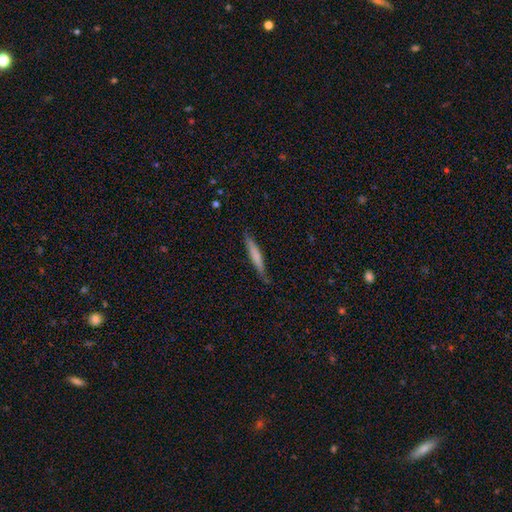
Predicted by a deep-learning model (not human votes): This appears to be a smooth galaxy with no disk features (65%) that is cigar-shaped (94%). Merging: none (84%).